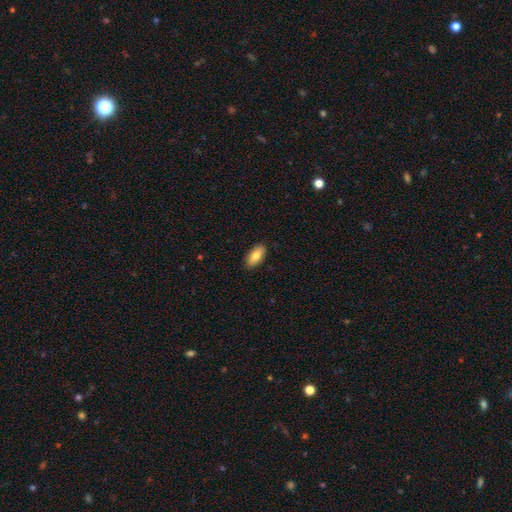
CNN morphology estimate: type=smooth (80%); roundness=in between (90%); merging=none (90%).